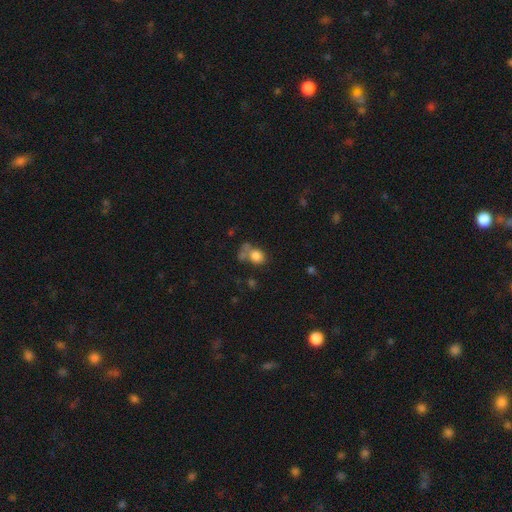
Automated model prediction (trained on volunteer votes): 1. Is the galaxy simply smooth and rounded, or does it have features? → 79% smooth, 11% star or artifact, 10% featured or disk.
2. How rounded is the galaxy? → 62% round, 37% in between, 1% cigar-shaped.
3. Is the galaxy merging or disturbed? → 41% none, 29% merger, 16% minor disturbance, 13% major disturbance.